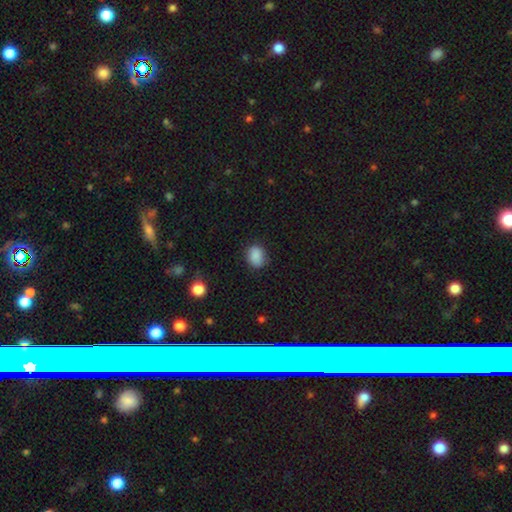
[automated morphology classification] A smooth galaxy with no disk features (87%) that is in between round and cigar-shaped (50%).

Vote fractions:
- Smooth or featured? smooth: 87% / star or artifact: 9% / featured or disk: 4%
- How rounded? in between: 50% / round: 49% / cigar-shaped: 1%
- Merging? none: 79% / minor disturbance: 16% / major disturbance: 3% / merger: 1%